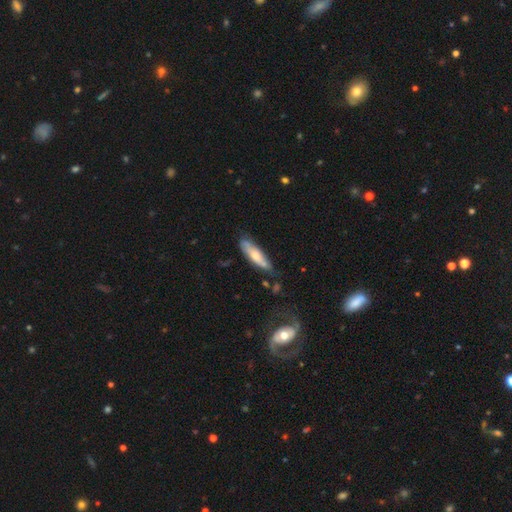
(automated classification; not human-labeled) smooth_or_featured: smooth (p=0.56) [alt: featured or disk p=0.38]
how_rounded: cigar-shaped (p=0.61) [alt: in between p=0.37]
merging: none (p=0.62) [alt: minor disturbance p=0.27]